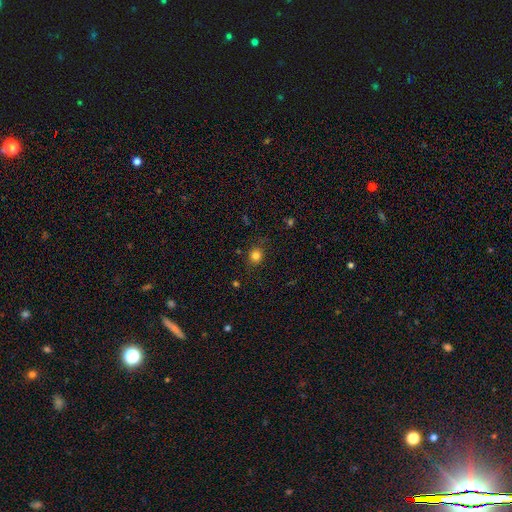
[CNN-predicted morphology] smooth 81%, star or artifact 14%, featured or disk 5%. Down the decision tree: how rounded — round (84%); merging — none (84%).